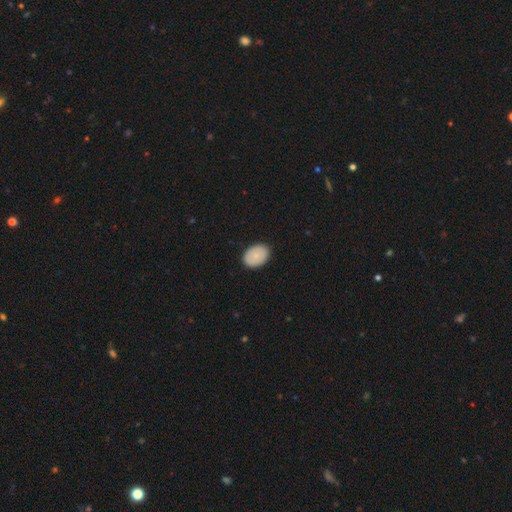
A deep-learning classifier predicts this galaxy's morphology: Smooth or featured? smooth (83%)
How rounded? in between (77%)
Merging? none (89%)